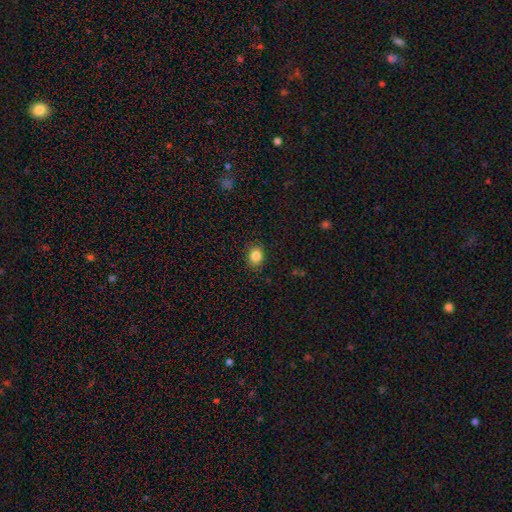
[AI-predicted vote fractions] This appears to be a smooth galaxy with no disk features (85%) that is round (54%). Merging: none (88%).